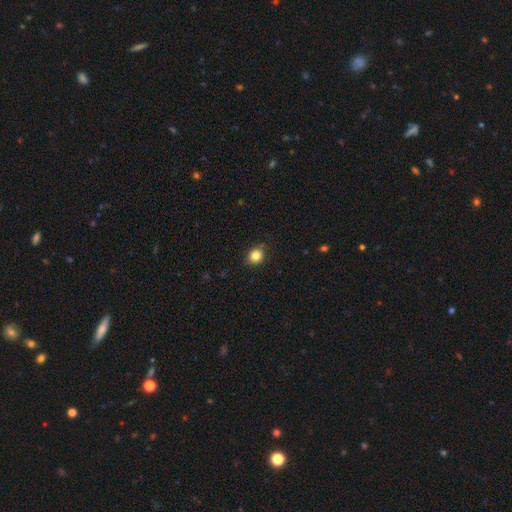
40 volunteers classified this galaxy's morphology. smooth_or_featured: smooth (p=0.82) [alt: star or artifact p=0.10]
how_rounded: round (p=0.88) [alt: in between p=0.12]
merging: none (p=0.75) [alt: minor disturbance p=0.25]